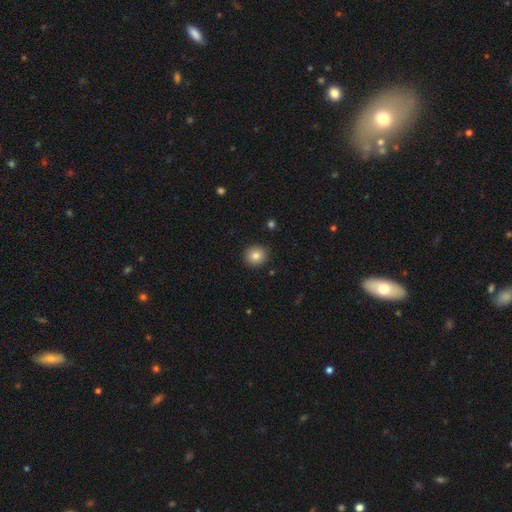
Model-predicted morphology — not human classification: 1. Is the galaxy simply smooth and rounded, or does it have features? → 83% smooth, 10% star or artifact, 7% featured or disk.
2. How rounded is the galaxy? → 90% round, 10% in between, 1% cigar-shaped.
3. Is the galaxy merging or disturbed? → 91% none, 6% minor disturbance, 2% major disturbance, 1% merger.